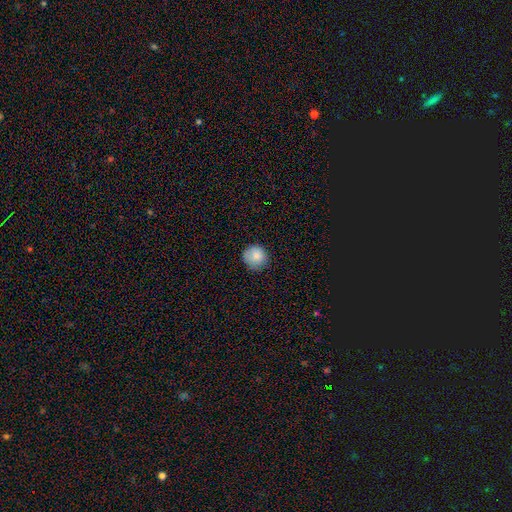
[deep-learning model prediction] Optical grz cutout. It shows a smooth galaxy with no disk features (83%) that is round (92%). Merging: none (79%).